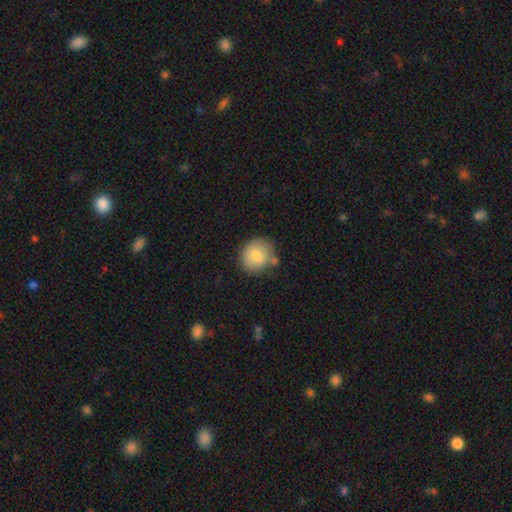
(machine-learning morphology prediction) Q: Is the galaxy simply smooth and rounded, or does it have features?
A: smooth — 77%.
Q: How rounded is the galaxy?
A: round — 80%.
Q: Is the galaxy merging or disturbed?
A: none — 70%.